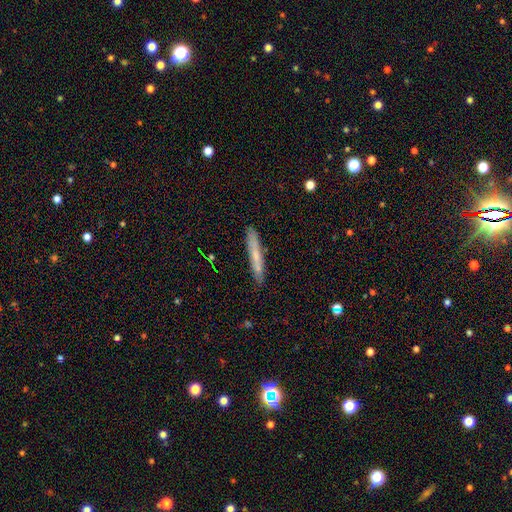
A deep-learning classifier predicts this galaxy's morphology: Smooth or featured?
  - smooth: 60% *
  - featured or disk: 33%
  - star or artifact: 7%
How rounded?
  - cigar-shaped: 95% *
  - in between: 4%
  - round: 1%
Merging?
  - none: 86% *
  - minor disturbance: 10%
  - major disturbance: 2%
  - merger: 2%